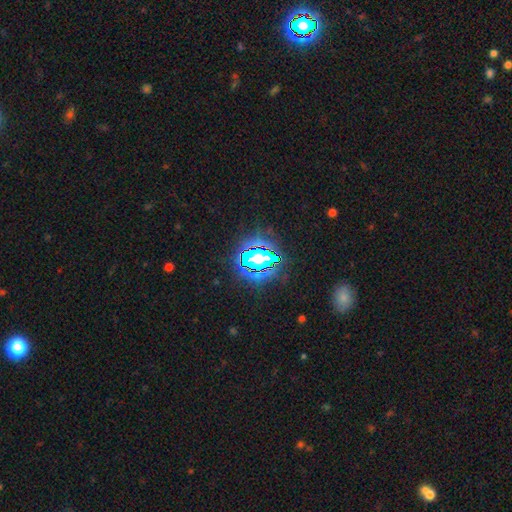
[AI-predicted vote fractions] smooth_or_featured: star or artifact (p=0.78) [alt: smooth p=0.14]